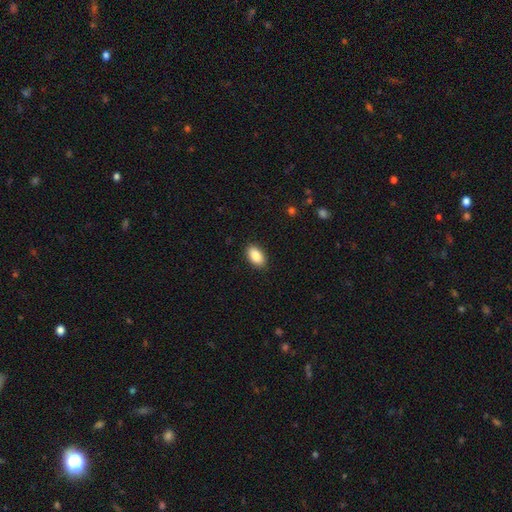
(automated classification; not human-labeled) Morphology: type=smooth (88%); roundness=in between (93%); merging=none (89%).